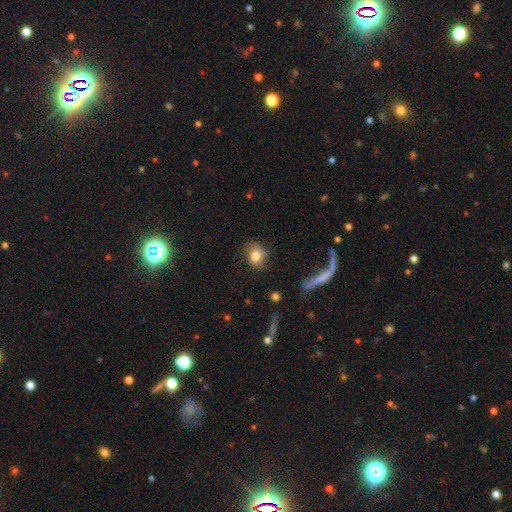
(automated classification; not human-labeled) Overall: smooth (78%). How rounded: in between (53%; round 46%). Merging: none (70%).